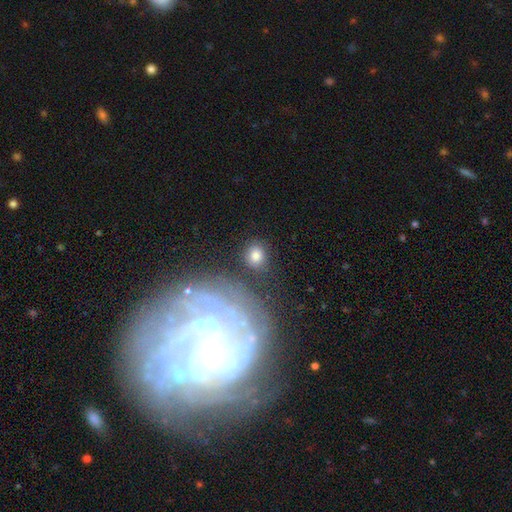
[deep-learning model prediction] smooth-or-featured: smooth: 80% | star or artifact: 11% | featured or disk: 10%
  how-rounded: round: 71% | in between: 28% | cigar-shaped: 2%
  merging: none: 79% | minor disturbance: 11% | merger: 6% | major disturbance: 5%